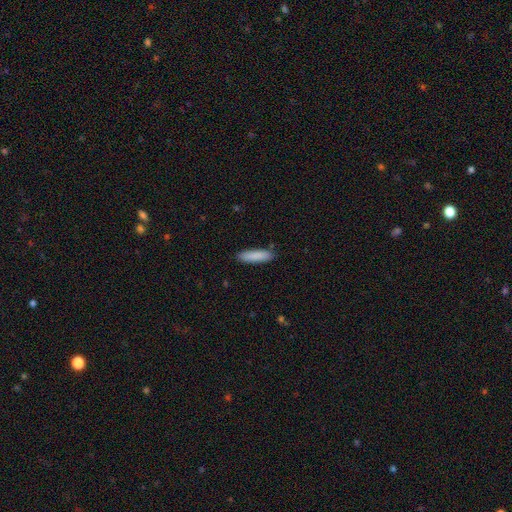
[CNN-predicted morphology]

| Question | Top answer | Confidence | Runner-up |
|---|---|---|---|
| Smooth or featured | smooth | 88% | featured or disk (7%) |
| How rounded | cigar-shaped | 70% | in between (29%) |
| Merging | none | 87% | minor disturbance (10%) |